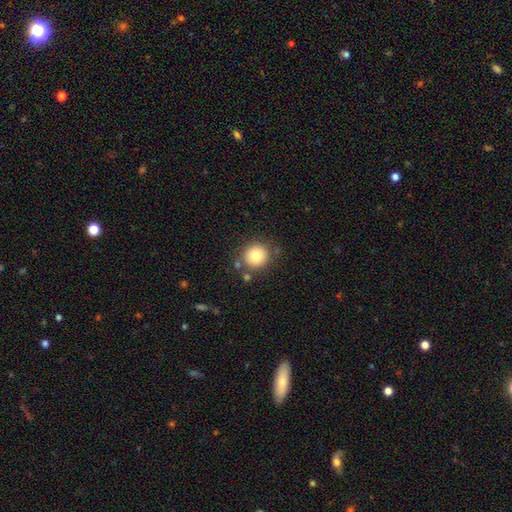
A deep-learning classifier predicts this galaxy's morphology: This is likely a smooth galaxy (80%). How rounded: clearly round (91%). Merging: clearly none (80%).